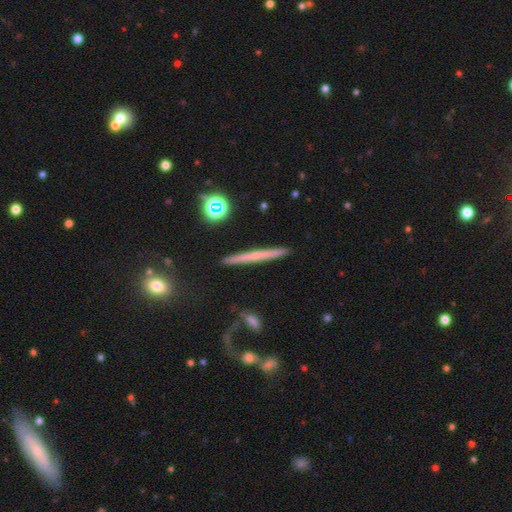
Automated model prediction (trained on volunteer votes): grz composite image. It shows a featured or disk galaxy (57%) viewed edge-on (96%) with no central bulge (70%). Merging: none (89%).